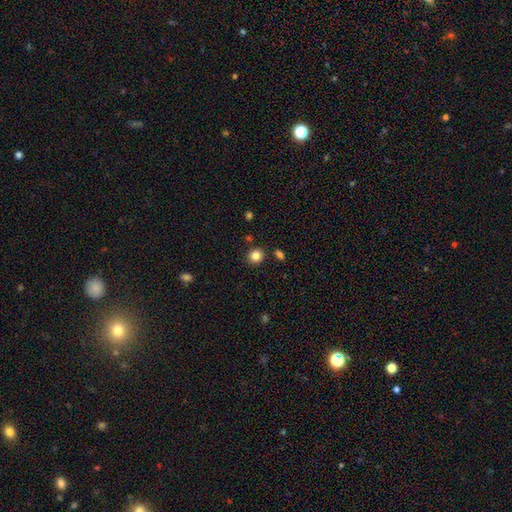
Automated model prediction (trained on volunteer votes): The model was most divided on "how rounded": round: 83%, in between: 16%, cigar-shaped: 1%. More confident: merging — none (87%); smooth or featured — smooth (84%).